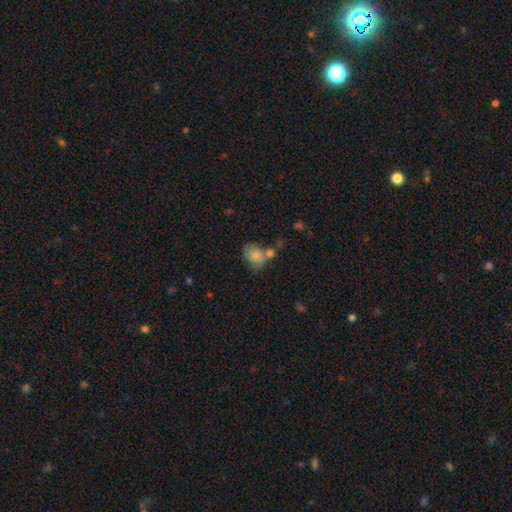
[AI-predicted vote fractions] Q: Smooth or featured?
A: smooth (80%); runner-up: featured or disk (12%)
Q: How rounded?
A: in between (53%); runner-up: round (45%)
Q: Merging?
A: none (44%); runner-up: merger (28%)